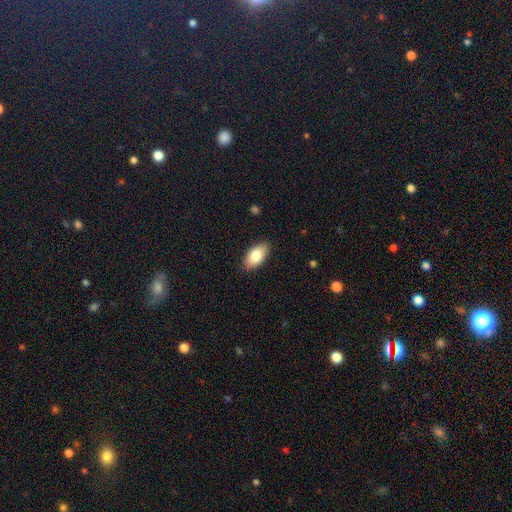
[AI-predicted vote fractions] A smooth galaxy with no disk features (83%) that is in between round and cigar-shaped (93%).

Vote fractions:
- Smooth or featured? smooth: 83% / featured or disk: 10% / star or artifact: 6%
- How rounded? in between: 93% / round: 3% / cigar-shaped: 3%
- Merging? none: 86% / minor disturbance: 11% / major disturbance: 2% / merger: 1%